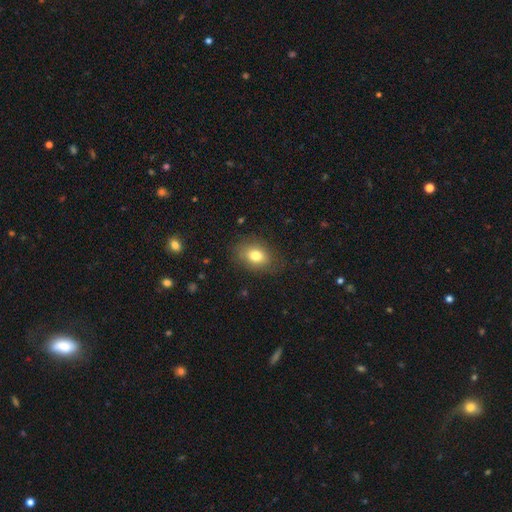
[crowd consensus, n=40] smooth_or_featured: smooth (p=0.78) [alt: featured or disk p=0.17]
how_rounded: in between (p=0.71) [alt: round p=0.29]
merging: none (p=0.79) [alt: minor disturbance p=0.18]